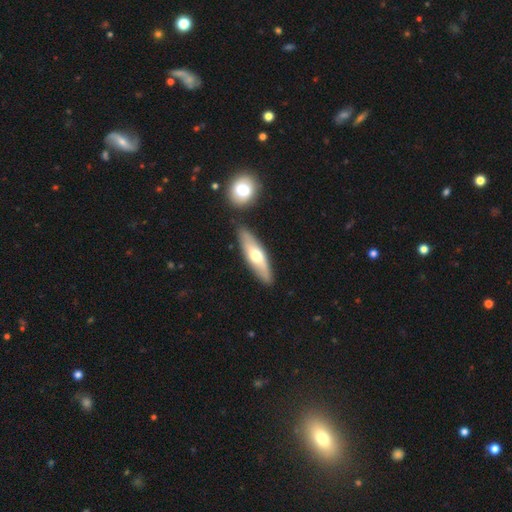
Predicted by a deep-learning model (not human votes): smooth-or-featured: smooth: 52% | featured or disk: 42% | star or artifact: 5%
  how-rounded: cigar-shaped: 59% | in between: 39% | round: 2%
  merging: none: 82% | minor disturbance: 10% | merger: 6% | major disturbance: 2%